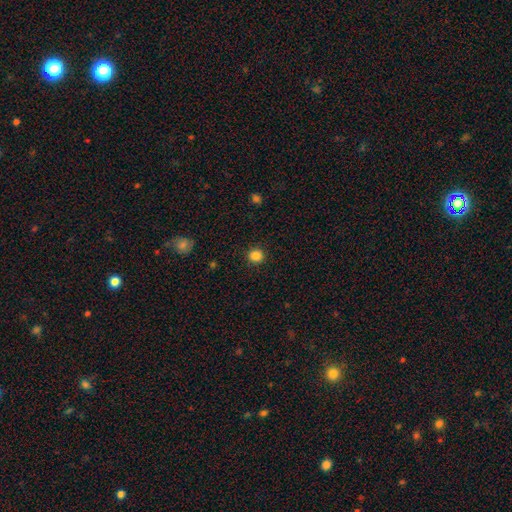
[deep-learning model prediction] smooth_or_featured: smooth (p=0.86) [alt: star or artifact p=0.11]
how_rounded: round (p=0.91) [alt: in between p=0.08]
merging: none (p=0.91) [alt: minor disturbance p=0.06]